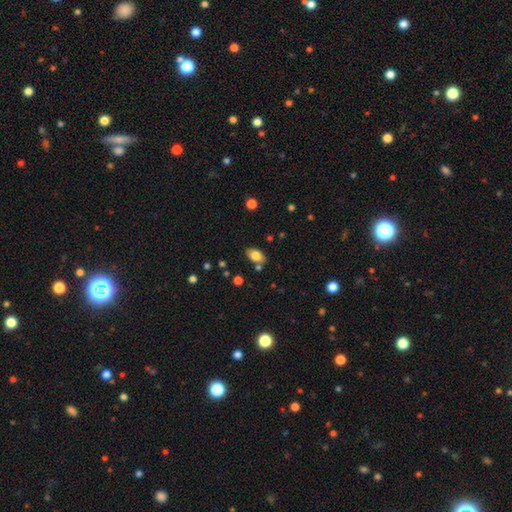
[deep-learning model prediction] Morphology: type=smooth (80%); roundness=in between (90%); merging=none (78%).